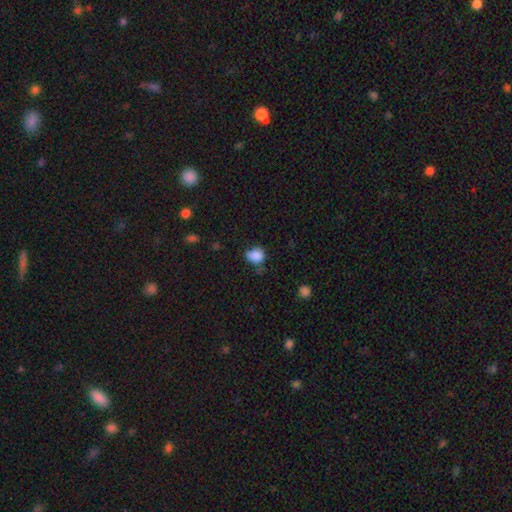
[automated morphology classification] Smooth or featured? Predicted: smooth (p=0.85). How rounded? Predicted: round (p=0.55). Merging? Predicted: none (p=0.55).